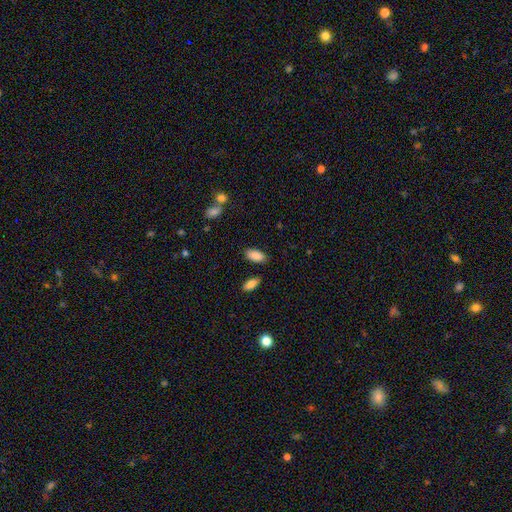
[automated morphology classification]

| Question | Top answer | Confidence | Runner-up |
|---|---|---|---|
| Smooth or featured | smooth | 88% | star or artifact (7%) |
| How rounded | in between | 93% | cigar-shaped (5%) |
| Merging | none | 84% | minor disturbance (10%) |